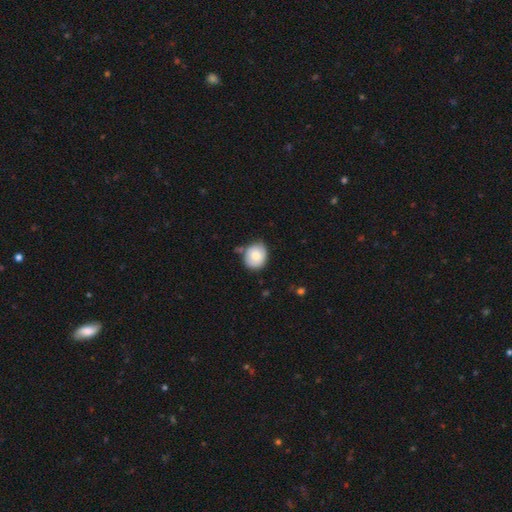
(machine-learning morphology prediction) type=smooth (75%); roundness=round (68%); merging=none (67%).